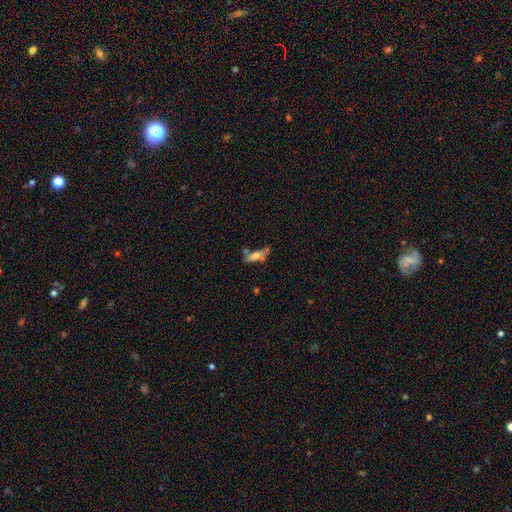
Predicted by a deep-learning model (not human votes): The model was most divided on "how rounded": in between: 57%, cigar-shaped: 40%, round: 3%. Remaining: smooth or featured — smooth (57%); merging — none (43%).